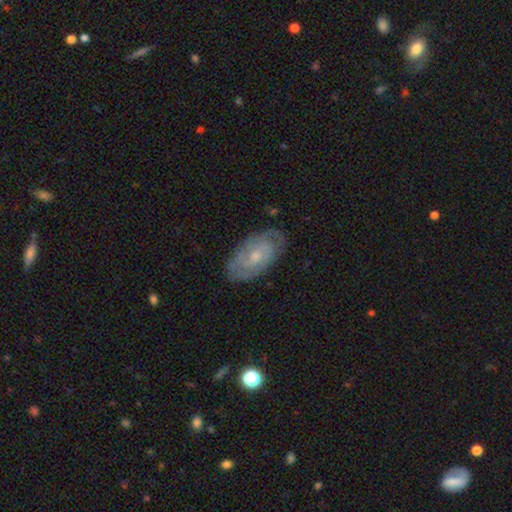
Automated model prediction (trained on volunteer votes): smooth_or_featured: featured or disk (p=0.77) [alt: smooth p=0.17]
disk_edge_on: no (p=0.95) [alt: yes p=0.05]
bar: no (p=0.58) [alt: weak p=0.37]
has_spiral_arms: yes (p=0.92) [alt: no p=0.08]
spiral_winding: tight (p=0.63) [alt: medium p=0.30]
spiral_arm_count: 2 (p=0.48) [alt: can't tell p=0.30]
bulge_size: small (p=0.55) [alt: moderate p=0.38]
merging: none (p=0.77) [alt: minor disturbance p=0.17]